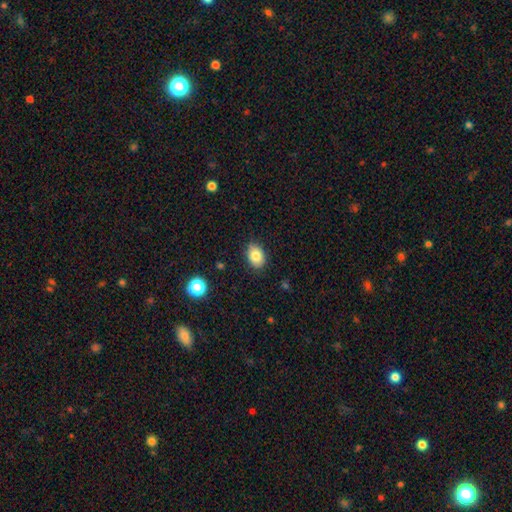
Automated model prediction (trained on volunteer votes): The model was most divided on "how rounded": in between: 78%, round: 21%, cigar-shaped: 1%. More confident: merging — none (84%); smooth or featured — smooth (83%).